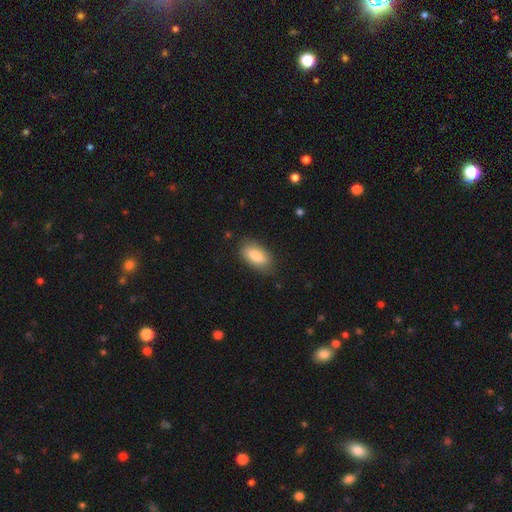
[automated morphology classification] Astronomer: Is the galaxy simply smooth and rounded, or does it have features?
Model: smooth — 84%.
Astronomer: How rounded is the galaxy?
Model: in between — 92%.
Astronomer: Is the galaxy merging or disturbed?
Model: none — 80%.